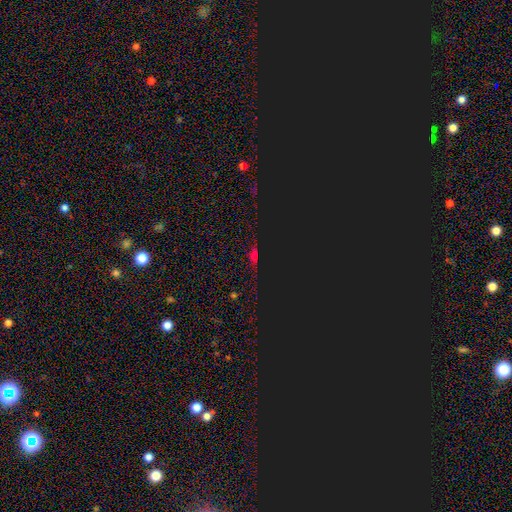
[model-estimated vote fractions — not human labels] The model was most divided on "smooth or featured": star or artifact: 70%, smooth: 19%, featured or disk: 11%.